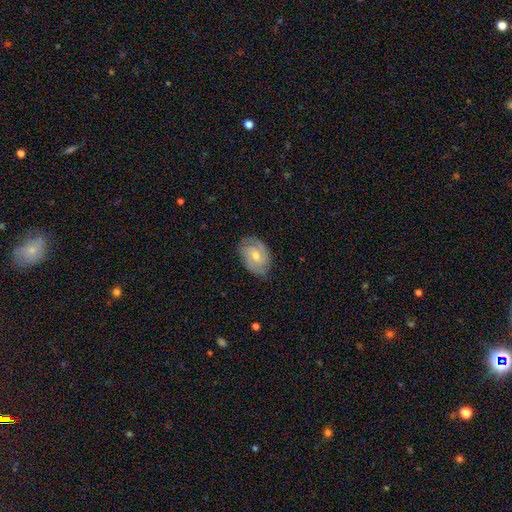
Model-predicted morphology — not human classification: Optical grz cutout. It shows a featured or disk galaxy (72%) with a weak bar (46%), 2 (68%) tight (52%) spiral arms (92%) and a moderate central bulge (56%). Merging: none (79%).